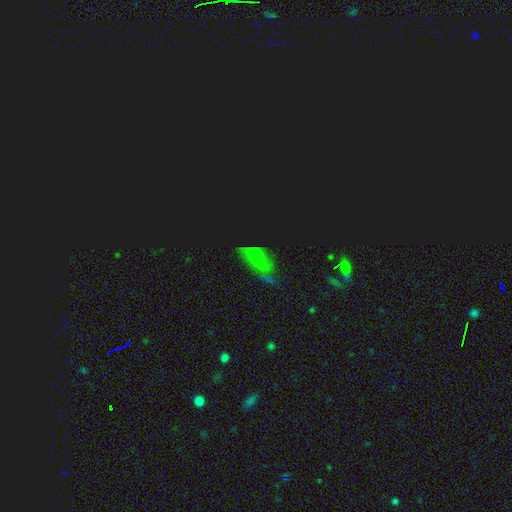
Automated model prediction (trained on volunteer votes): Smooth or featured? Predicted: star or artifact (p=0.55).